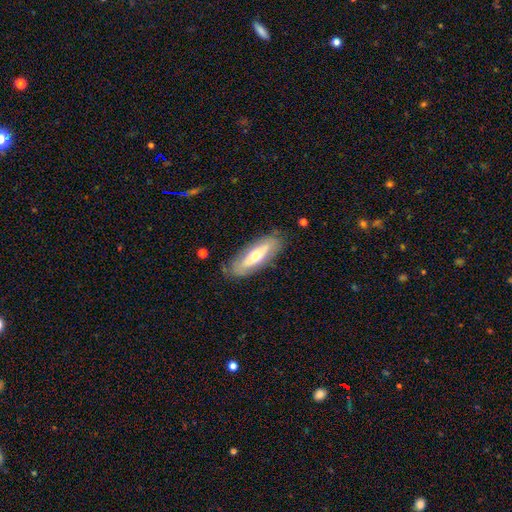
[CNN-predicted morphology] smooth_or_featured: featured or disk (p=0.48) [alt: smooth p=0.46]
merging: none (p=0.78) [alt: minor disturbance p=0.15]